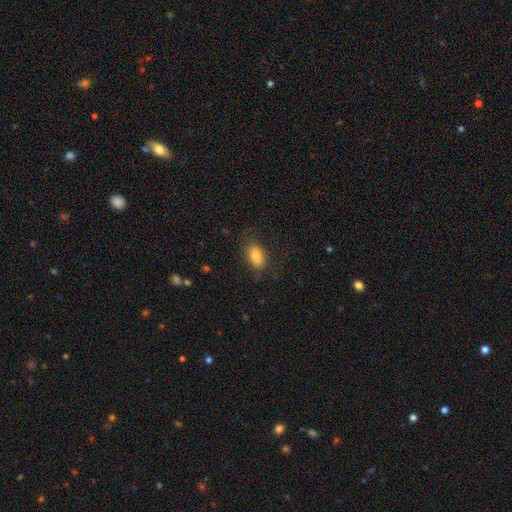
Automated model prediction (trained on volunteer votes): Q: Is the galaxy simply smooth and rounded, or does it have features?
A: smooth — 81%.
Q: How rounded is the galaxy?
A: in between — 89%.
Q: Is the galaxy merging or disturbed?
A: none — 72%.